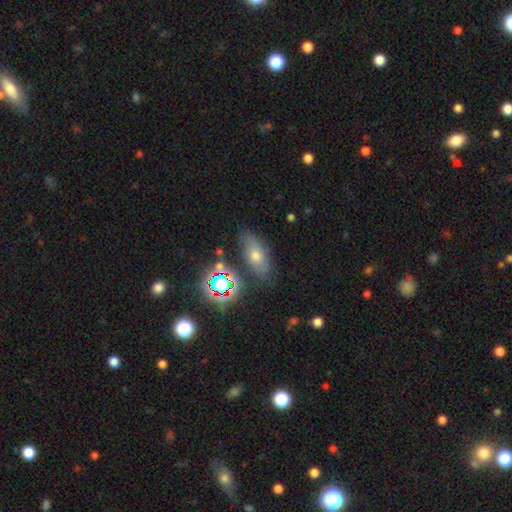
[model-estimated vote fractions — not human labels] smooth 49%, star or artifact 26%, featured or disk 26%. Down the decision tree: merging — none (75%).